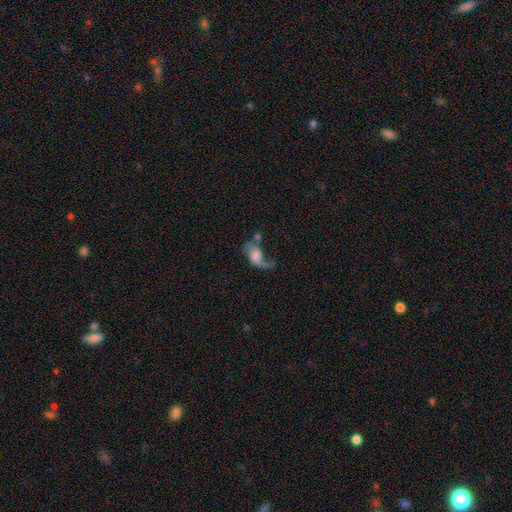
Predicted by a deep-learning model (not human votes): Smooth or featured? featured or disk (61%)
Edge-on disk? no (95%)
Bar? no (60%)
Spiral arms? yes (84%)
Bulge size? moderate (30%)
Merging? major disturbance (39%)